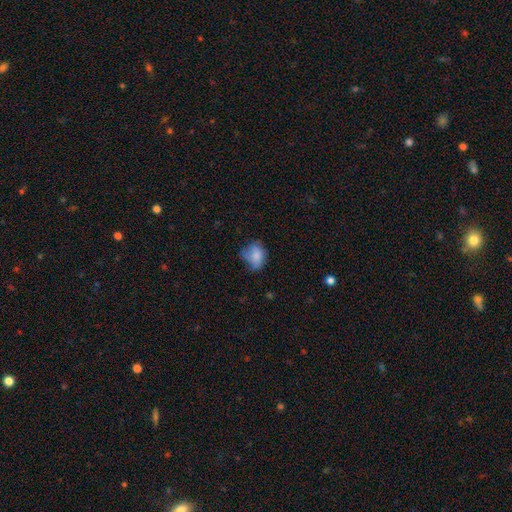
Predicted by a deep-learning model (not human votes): A smooth galaxy with no disk features (75%) that is in between round and cigar-shaped (60%).

Vote fractions:
- Smooth or featured? smooth: 75% / featured or disk: 16% / star or artifact: 9%
- How rounded? in between: 60% / round: 38% / cigar-shaped: 1%
- Merging? none: 40% / minor disturbance: 36% / major disturbance: 21% / merger: 3%